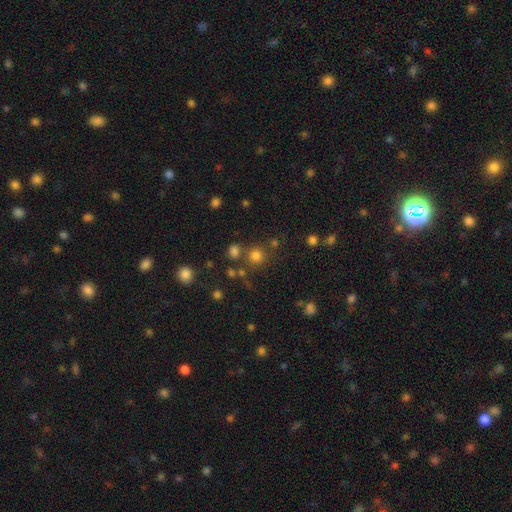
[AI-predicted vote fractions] Smooth or featured: smooth — 75% (star or artifact — 19%)
How rounded: round — 91% (in between — 8%)
Merging: none — 74% (merger — 13%)